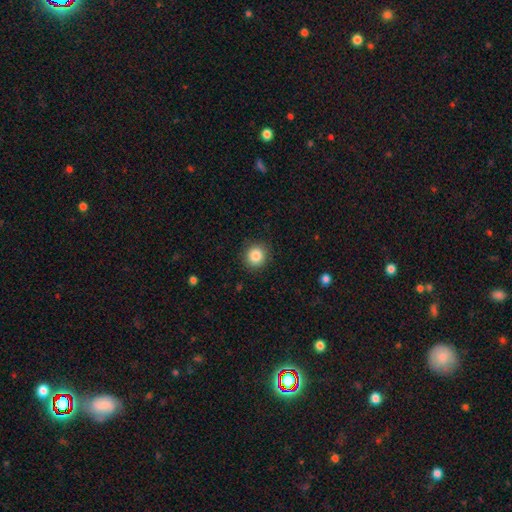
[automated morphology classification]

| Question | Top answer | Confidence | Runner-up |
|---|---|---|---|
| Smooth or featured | smooth | 85% | star or artifact (10%) |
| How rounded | round | 90% | in between (9%) |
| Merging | none | 90% | minor disturbance (7%) |